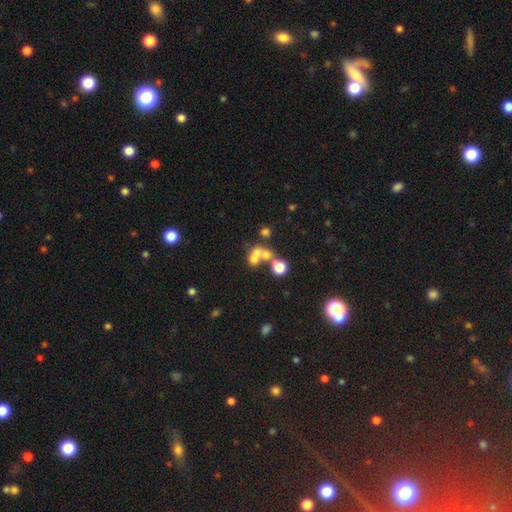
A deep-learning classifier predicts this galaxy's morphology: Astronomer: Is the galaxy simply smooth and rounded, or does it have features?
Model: smooth — 53%.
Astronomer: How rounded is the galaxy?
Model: round — 61% (runner-up: in between, 37%).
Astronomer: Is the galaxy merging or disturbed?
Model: merger — 54%.